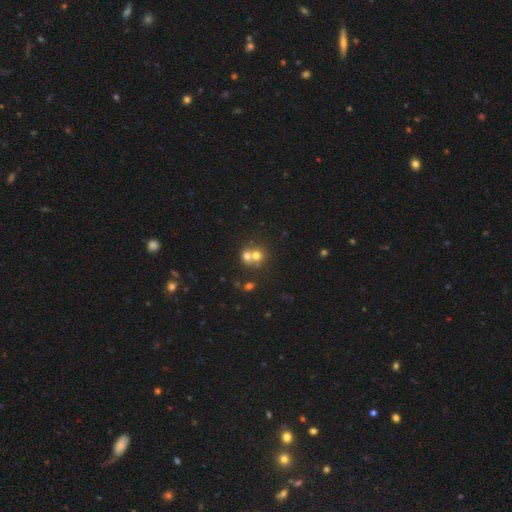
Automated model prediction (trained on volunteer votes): Morphology: type=smooth (66%); roundness=round (79%); merging=merger (59%).